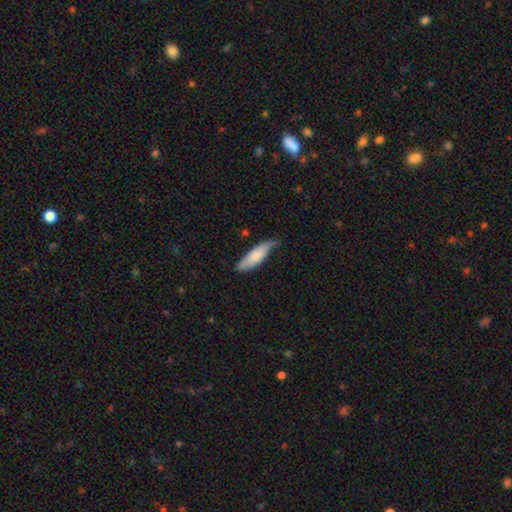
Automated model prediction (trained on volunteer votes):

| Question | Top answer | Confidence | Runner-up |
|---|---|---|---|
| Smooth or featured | smooth | 74% | featured or disk (21%) |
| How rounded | cigar-shaped | 52% | in between (46%) |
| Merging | none | 52% | minor disturbance (38%) |